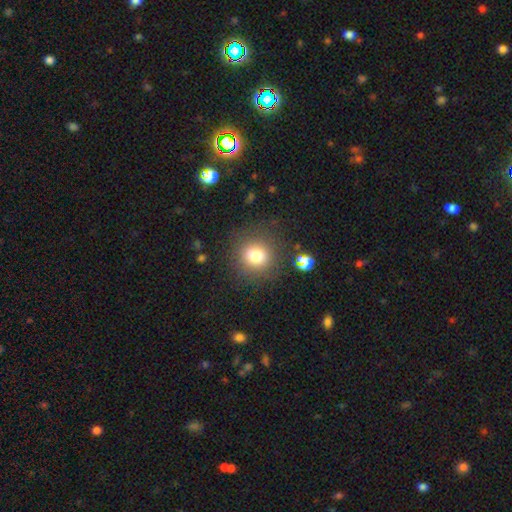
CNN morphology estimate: This appears to be a smooth galaxy with no disk features (78%) that is round (89%). Merging: none (84%).